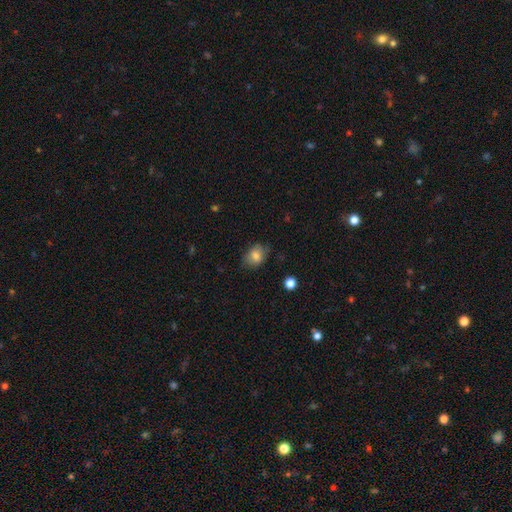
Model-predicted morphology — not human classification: A smooth galaxy with no disk features (81%) that is in between round and cigar-shaped (63%).

Vote fractions:
- Smooth or featured? smooth: 81% / featured or disk: 11% / star or artifact: 9%
- How rounded? in between: 63% / round: 36% / cigar-shaped: 1%
- Merging? none: 75% / minor disturbance: 19% / major disturbance: 4% / merger: 1%